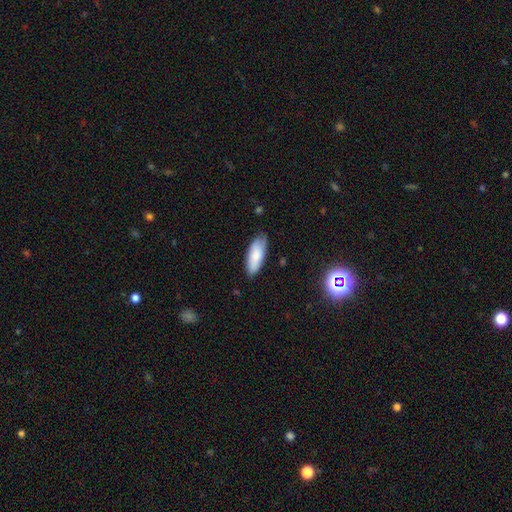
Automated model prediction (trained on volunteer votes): Overall: smooth (82%). How rounded: in between (76%). Merging: none (77%).